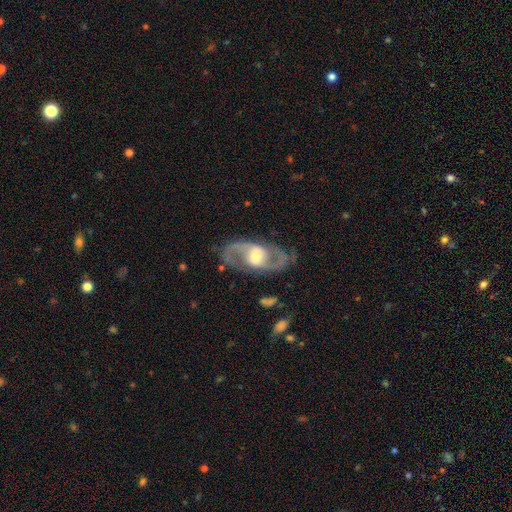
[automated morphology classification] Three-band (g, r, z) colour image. It shows a featured or disk galaxy (86%) with a weak bar (44%), 2 (92%) medium (57%) spiral arms (92%) and a moderate central bulge (52%). Merging: none (81%).